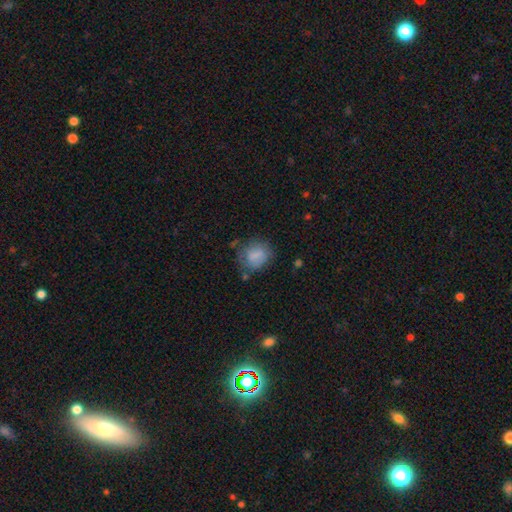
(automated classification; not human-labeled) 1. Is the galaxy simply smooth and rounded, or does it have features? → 76% smooth, 15% featured or disk, 8% star or artifact.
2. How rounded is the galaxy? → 60% round, 39% in between, 1% cigar-shaped.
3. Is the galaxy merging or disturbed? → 61% none, 25% minor disturbance, 11% major disturbance, 4% merger.